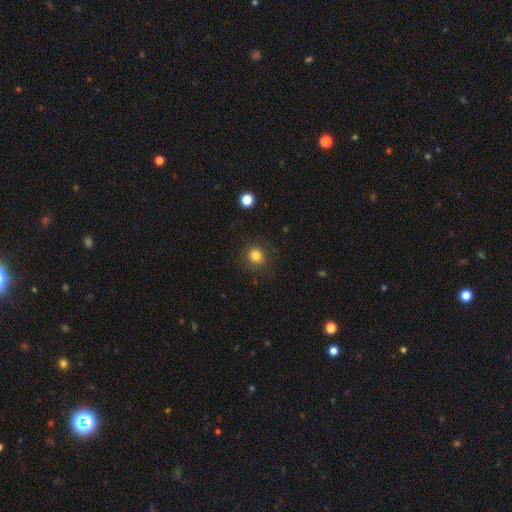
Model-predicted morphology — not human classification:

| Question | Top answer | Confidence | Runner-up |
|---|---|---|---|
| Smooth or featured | smooth | 83% | star or artifact (12%) |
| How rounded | round | 87% | in between (12%) |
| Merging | none | 86% | minor disturbance (9%) |